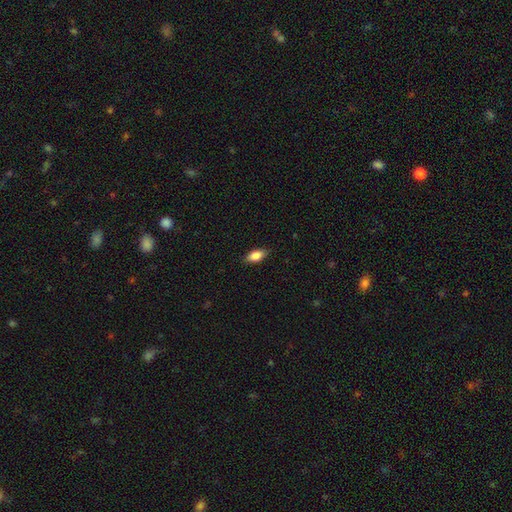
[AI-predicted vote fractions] smooth-or-featured: smooth: 85% | featured or disk: 8% | star or artifact: 7%
  how-rounded: in between: 88% | cigar-shaped: 9% | round: 4%
  merging: none: 86% | minor disturbance: 11% | major disturbance: 2% | merger: 1%